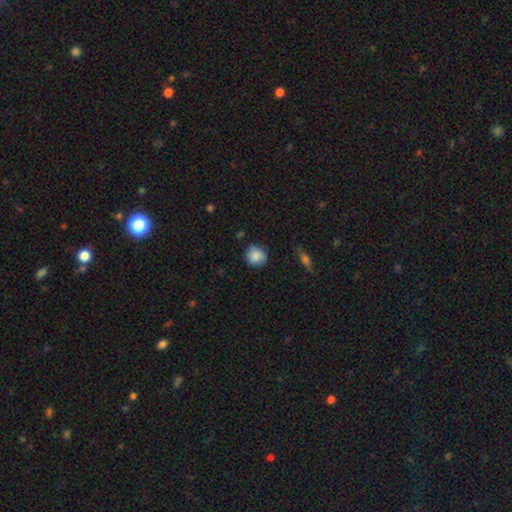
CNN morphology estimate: Smooth or featured? Predicted: smooth (p=0.87). How rounded? Predicted: round (p=0.89). Merging? Predicted: none (p=0.83).